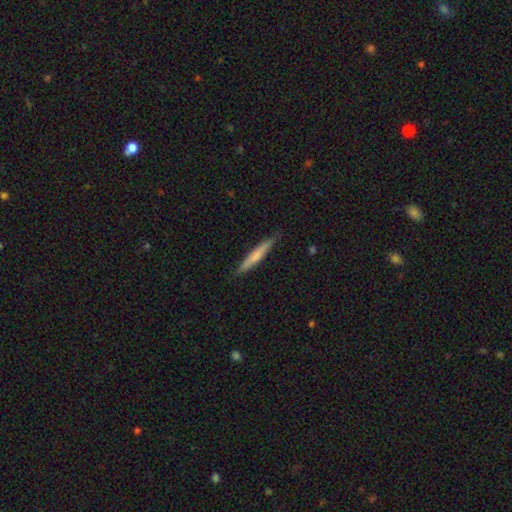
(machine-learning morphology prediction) Smooth or featured? smooth (64%)
How rounded? cigar-shaped (95%)
Merging? none (88%)